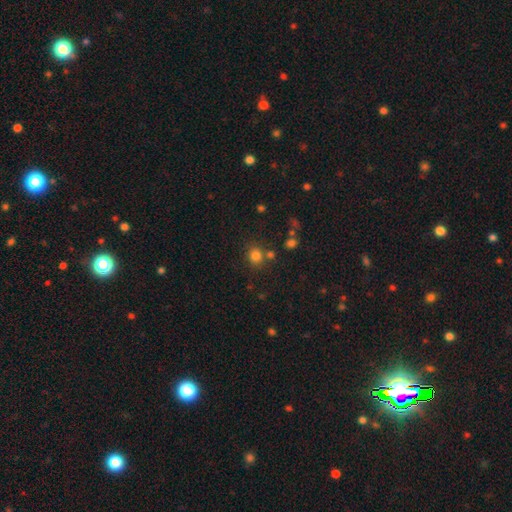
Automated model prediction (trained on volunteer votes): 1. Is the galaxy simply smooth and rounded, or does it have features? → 79% smooth, 15% star or artifact, 6% featured or disk.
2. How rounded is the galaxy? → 83% round, 16% in between, 1% cigar-shaped.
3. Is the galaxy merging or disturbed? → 73% none, 13% merger, 10% minor disturbance, 4% major disturbance.